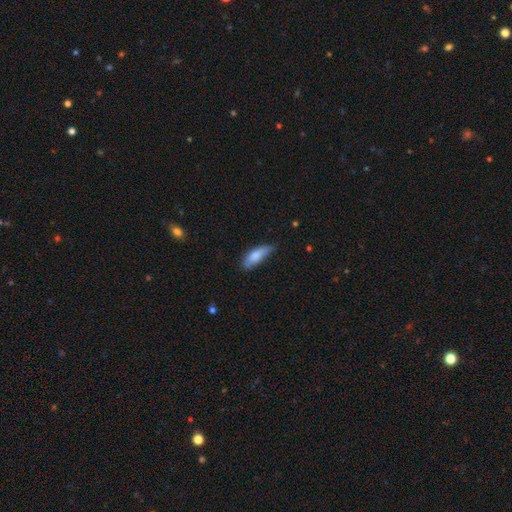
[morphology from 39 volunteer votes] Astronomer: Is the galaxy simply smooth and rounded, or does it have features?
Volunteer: smooth — 77%.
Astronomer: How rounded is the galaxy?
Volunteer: in between — 67%.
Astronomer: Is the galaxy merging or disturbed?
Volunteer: none — 54% (runner-up: minor disturbance, 41%).